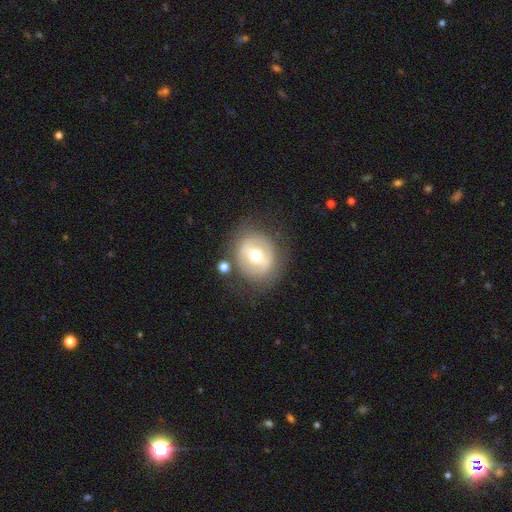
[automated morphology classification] A featured or disk galaxy (55%) with a strong bar (40%), no spiral arms (78%) and a moderate central bulge (75%).

Vote fractions:
- Smooth or featured? featured or disk: 55% / smooth: 37% / star or artifact: 8%
- Edge-on disk? no: 94% / yes: 6%
- Bar? strong: 40% / weak: 35% / no: 25%
- Spiral arms? no: 78% / yes: 22%
- Bulge size? moderate: 75% / small: 12% / large: 10% / dominant: 1% / none: 1%
- Merging? none: 78% / minor disturbance: 12% / major disturbance: 6% / merger: 4%